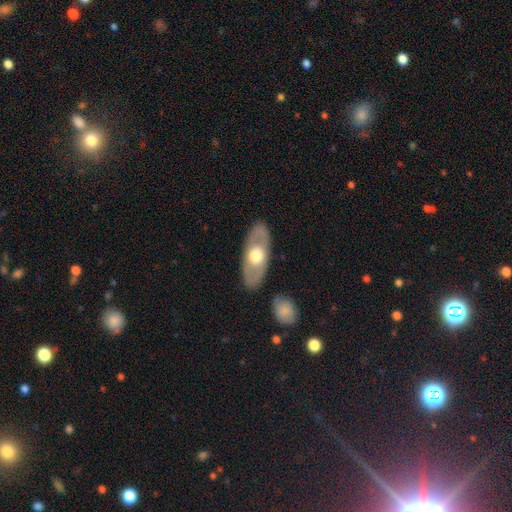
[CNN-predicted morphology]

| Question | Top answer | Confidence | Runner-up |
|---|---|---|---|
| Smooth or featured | featured or disk | 51% | smooth (44%) |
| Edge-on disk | no | 76% | yes (24%) |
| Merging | none | 86% | minor disturbance (9%) |